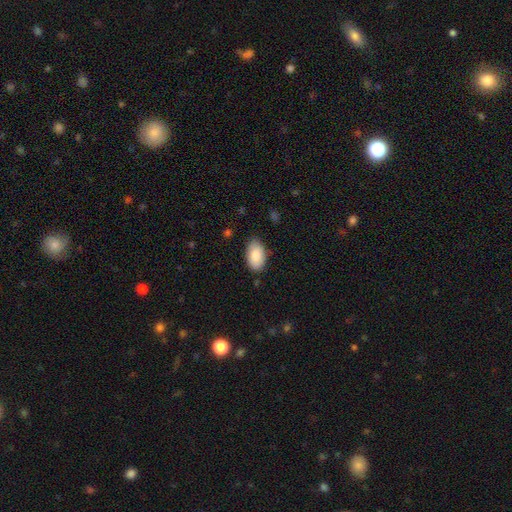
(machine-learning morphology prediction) The model was most divided on "merging": none: 83%, minor disturbance: 13%, major disturbance: 3%, merger: 1%. More confident: how rounded — in between (94%); smooth or featured — smooth (86%).